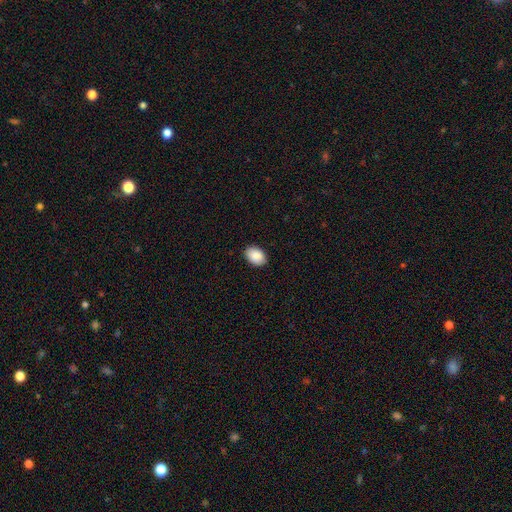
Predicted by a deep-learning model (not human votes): This is clearly a smooth galaxy (90%). How rounded: clearly in between (84%). Merging: clearly none (89%).